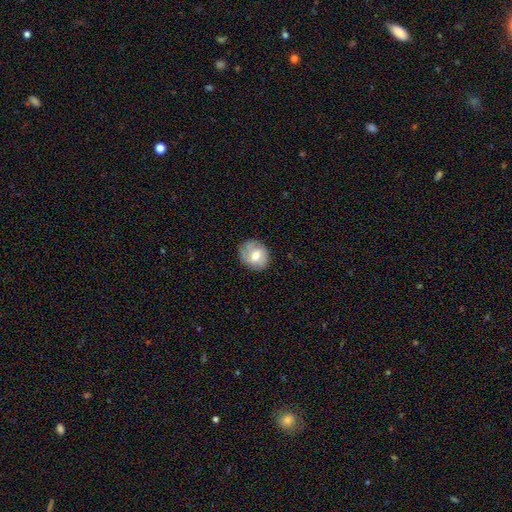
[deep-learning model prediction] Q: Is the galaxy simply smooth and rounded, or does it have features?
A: smooth — 52%.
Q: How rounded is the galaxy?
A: round — 72%.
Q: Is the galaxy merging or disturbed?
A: none — 75%.